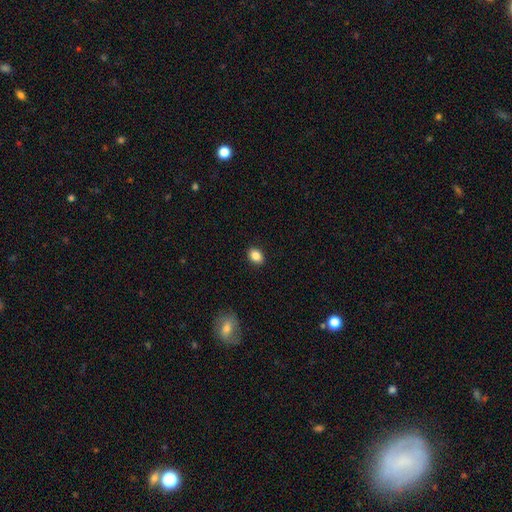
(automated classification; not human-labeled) smooth-or-featured: smooth: 86% | star or artifact: 9% | featured or disk: 5%
  how-rounded: in between: 69% | round: 30% | cigar-shaped: 1%
  merging: none: 90% | minor disturbance: 7% | major disturbance: 2% | merger: 1%